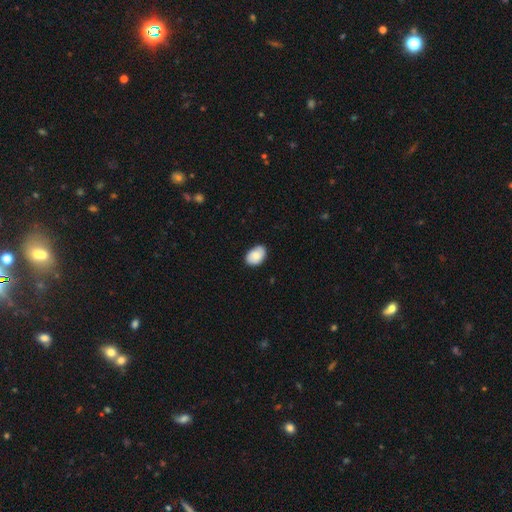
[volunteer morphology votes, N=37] A smooth galaxy with no disk features (86%) that is in between round and cigar-shaped (94%).

Vote fractions:
- Smooth or featured? smooth: 86% / star or artifact: 8% / featured or disk: 5%
- How rounded? in between: 94% / round: 6% / cigar-shaped: 0%
- Merging? none: 76% / minor disturbance: 18% / major disturbance: 6% / merger: 0%